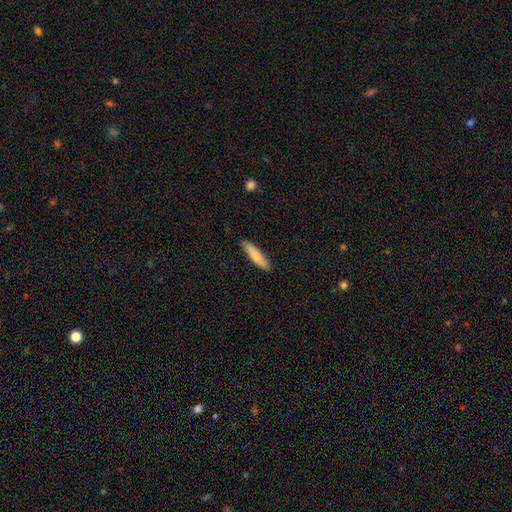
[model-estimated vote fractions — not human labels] smooth 74%, featured or disk 21%, star or artifact 5%. Down the decision tree: how rounded — cigar-shaped (81%); merging — none (88%).